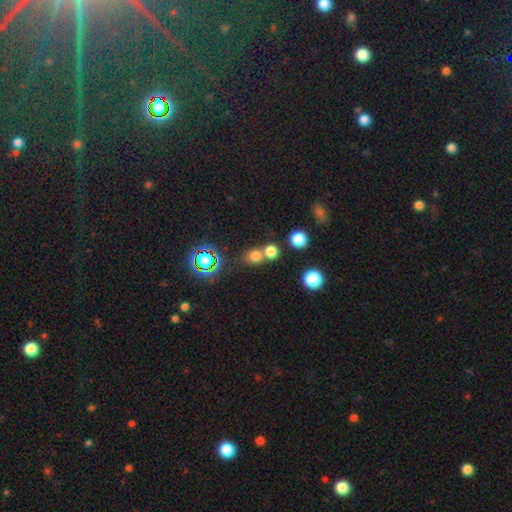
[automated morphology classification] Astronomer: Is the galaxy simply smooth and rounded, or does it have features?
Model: smooth — 70%.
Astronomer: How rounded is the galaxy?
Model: round — 73%.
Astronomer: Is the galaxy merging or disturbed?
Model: none — 50% (runner-up: merger, 39%).